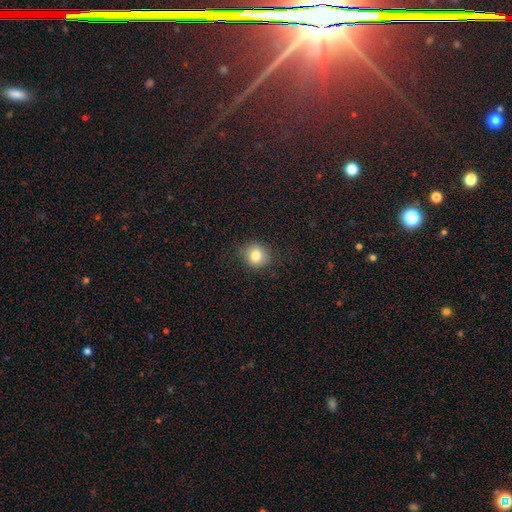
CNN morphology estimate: Smooth or featured?
  - smooth: 81% *
  - star or artifact: 11%
  - featured or disk: 9%
How rounded?
  - round: 81% *
  - in between: 18%
  - cigar-shaped: 1%
Merging?
  - none: 85% *
  - minor disturbance: 11%
  - major disturbance: 3%
  - merger: 1%